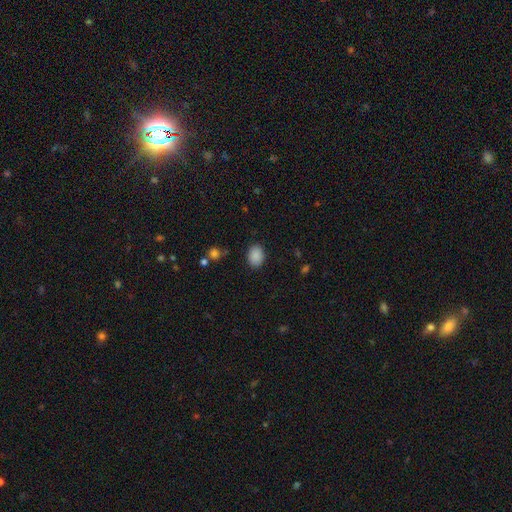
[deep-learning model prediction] smooth 88%, star or artifact 8%, featured or disk 3%. Down the decision tree: how rounded — in between (70%); merging — none (85%).